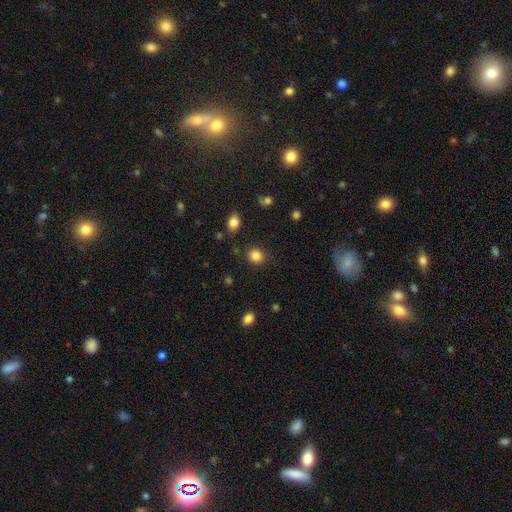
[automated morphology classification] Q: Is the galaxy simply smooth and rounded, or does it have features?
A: smooth — 85%.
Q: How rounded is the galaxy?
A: round — 81%.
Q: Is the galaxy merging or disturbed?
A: none — 86%.